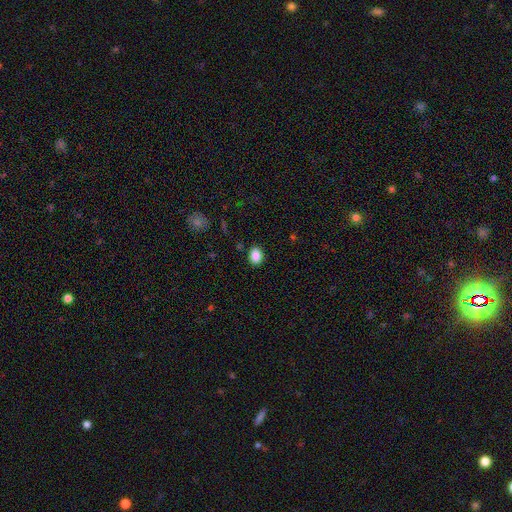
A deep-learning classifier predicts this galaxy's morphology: type=smooth (87%); roundness=in between (60%); merging=none (87%).